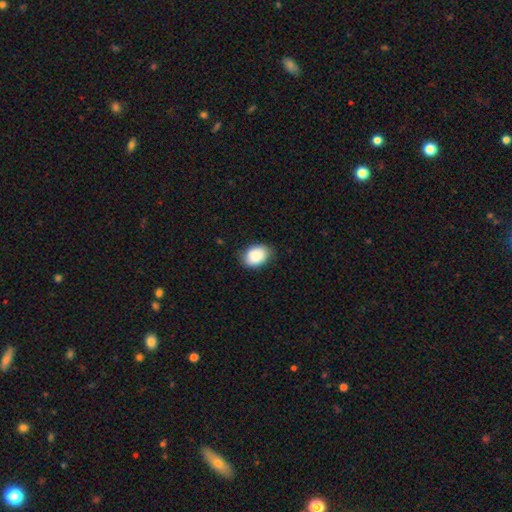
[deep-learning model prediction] The model was most divided on "how rounded": in between: 75%, round: 24%, cigar-shaped: 1%. More confident: smooth or featured — smooth (89%); merging — none (81%).